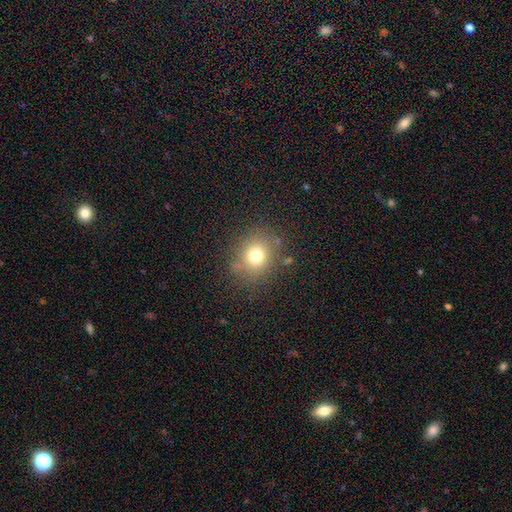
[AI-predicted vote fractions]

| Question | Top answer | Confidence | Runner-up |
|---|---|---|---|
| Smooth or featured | smooth | 74% | star or artifact (15%) |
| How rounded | round | 78% | in between (21%) |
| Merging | none | 81% | minor disturbance (11%) |